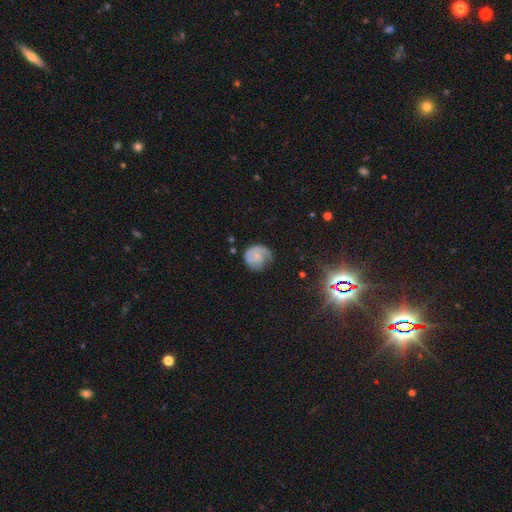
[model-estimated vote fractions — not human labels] smooth_or_featured: featured or disk (p=0.52) [alt: smooth p=0.40]
disk_edge_on: no (p=0.97) [alt: yes p=0.03]
bar: no (p=0.78) [alt: weak p=0.19]
has_spiral_arms: yes (p=0.83) [alt: no p=0.17]
bulge_size: small (p=0.59) [alt: moderate p=0.21]
merging: none (p=0.54) [alt: minor disturbance p=0.28]